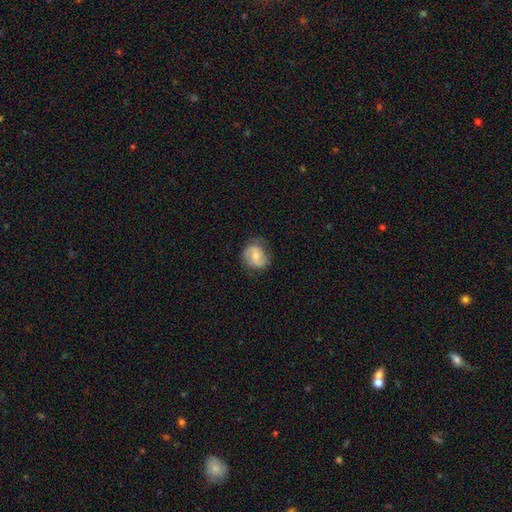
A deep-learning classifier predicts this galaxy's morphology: This is possibly a featured or disk galaxy (55%). It is clearly not viewed edge-on (97%). Bar: possibly weak (45%). Spiral arm pattern: clearly yes (88%). Central bulge: possibly moderate (50%). Merging: likely none (72%).